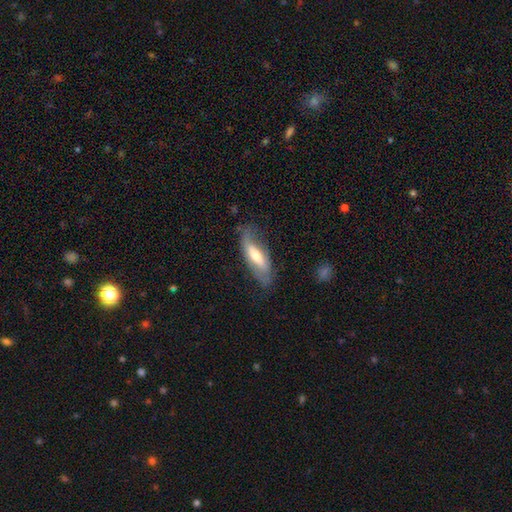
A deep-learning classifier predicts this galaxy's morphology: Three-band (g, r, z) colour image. It shows a featured or disk galaxy (49%). Merging: none (61%).